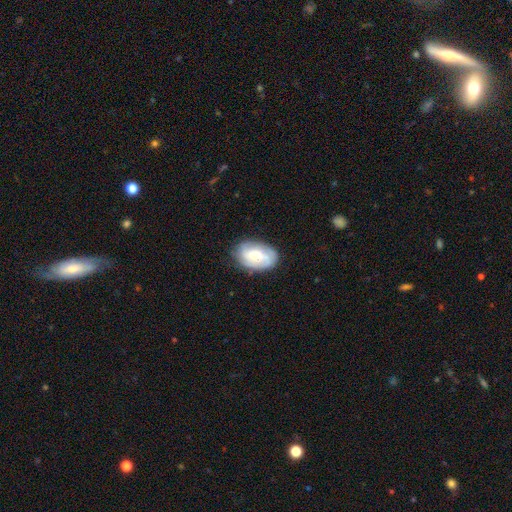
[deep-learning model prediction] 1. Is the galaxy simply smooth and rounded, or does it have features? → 55% featured or disk, 38% smooth, 7% star or artifact.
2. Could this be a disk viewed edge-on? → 96% no, 4% yes.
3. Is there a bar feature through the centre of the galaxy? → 54% no, 36% weak, 10% strong.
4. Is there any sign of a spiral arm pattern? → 81% yes, 19% no.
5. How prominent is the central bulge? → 57% moderate, 24% small, 14% large, 3% none, 2% dominant.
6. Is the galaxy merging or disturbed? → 75% none, 19% minor disturbance, 5% major disturbance, 1% merger.